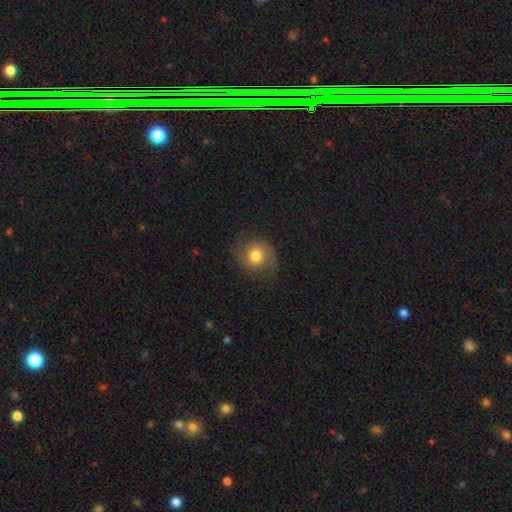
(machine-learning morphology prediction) Smooth or featured: smooth — 48% (featured or disk — 42%)
Merging: none — 72% (minor disturbance — 18%)